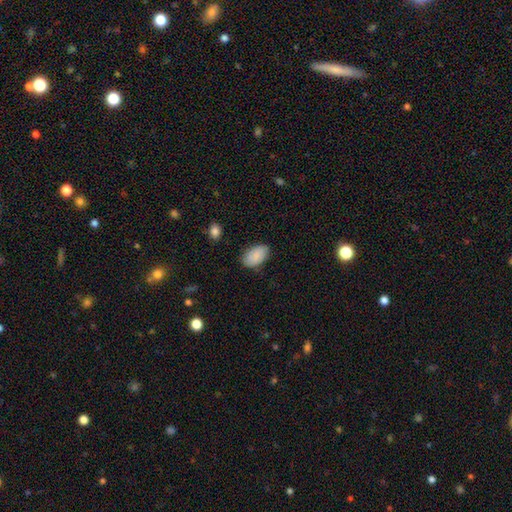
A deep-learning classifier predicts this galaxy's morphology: Smooth or featured?
  - smooth: 86% *
  - featured or disk: 7%
  - star or artifact: 6%
How rounded?
  - in between: 94% *
  - round: 4%
  - cigar-shaped: 1%
Merging?
  - none: 82% *
  - minor disturbance: 14%
  - major disturbance: 3%
  - merger: 1%